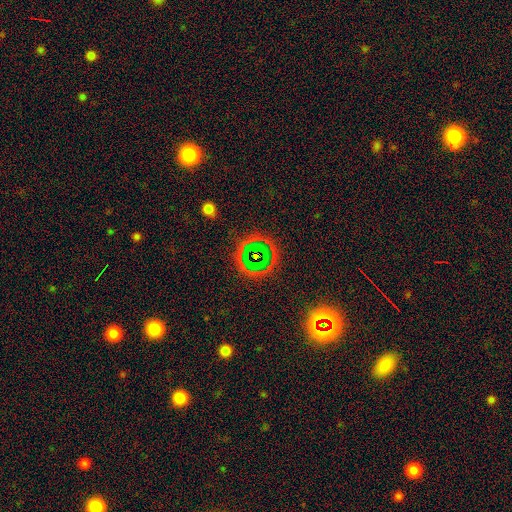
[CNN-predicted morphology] smooth_or_featured: star or artifact (p=0.60) [alt: smooth p=0.21]